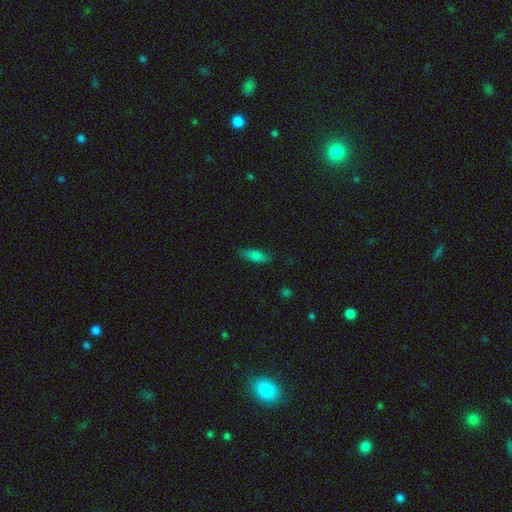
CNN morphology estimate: type=smooth (80%); roundness=in between (67%); merging=none (75%).